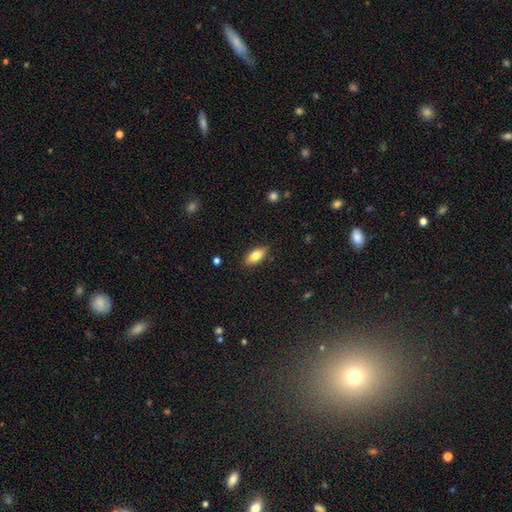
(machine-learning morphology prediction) smooth-or-featured: smooth: 78% | featured or disk: 15% | star or artifact: 7%
  how-rounded: in between: 86% | cigar-shaped: 11% | round: 3%
  merging: none: 87% | minor disturbance: 10% | major disturbance: 2% | merger: 1%